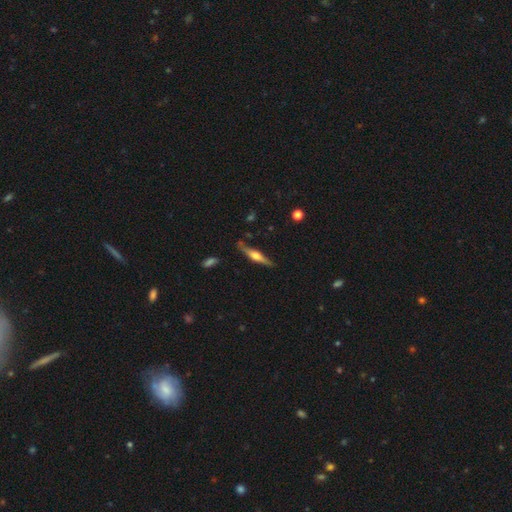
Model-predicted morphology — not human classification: Smooth or featured?
  - featured or disk: 71% *
  - smooth: 23%
  - star or artifact: 6%
Edge-on disk?
  - yes: 96% *
  - no: 4%
Edge-on bulge?
  - rounded: 88% *
  - boxy: 9%
  - none: 3%
Merging?
  - none: 82% *
  - minor disturbance: 12%
  - major disturbance: 3%
  - merger: 2%